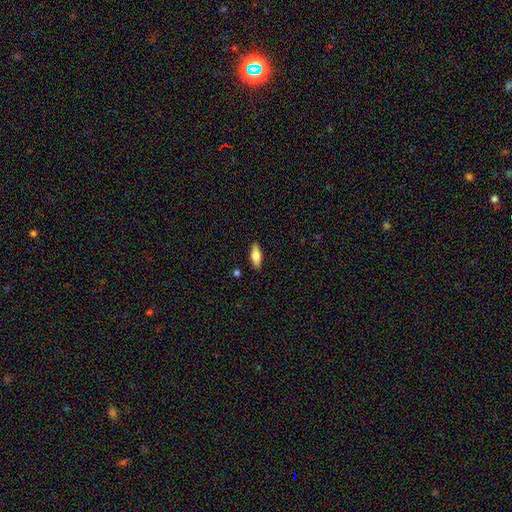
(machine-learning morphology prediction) smooth 72%, featured or disk 22%, star or artifact 6%. Down the decision tree: how rounded — in between (68%); merging — none (88%).